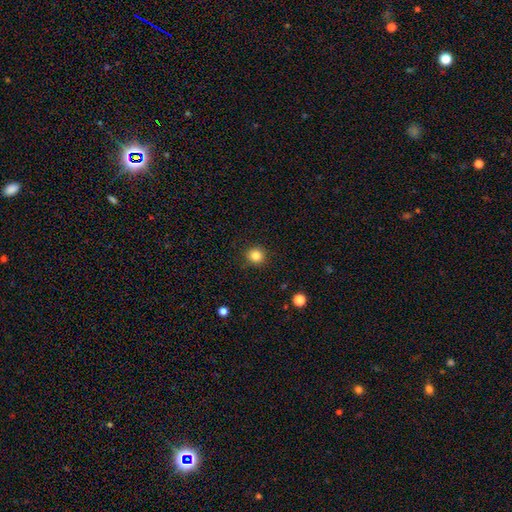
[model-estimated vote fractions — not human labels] A smooth galaxy with no disk features (85%) that is round (91%).

Vote fractions:
- Smooth or featured? smooth: 85% / star or artifact: 11% / featured or disk: 4%
- How rounded? round: 91% / in between: 8% / cigar-shaped: 1%
- Merging? none: 89% / minor disturbance: 7% / major disturbance: 2% / merger: 1%